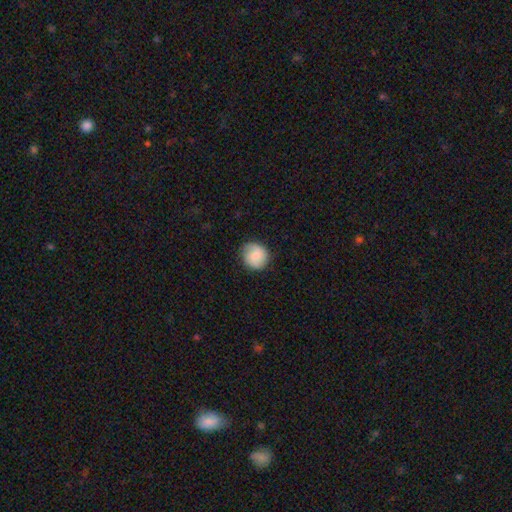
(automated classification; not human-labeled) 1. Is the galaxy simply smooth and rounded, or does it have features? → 75% smooth, 18% featured or disk, 7% star or artifact.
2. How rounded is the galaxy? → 87% round, 12% in between, 1% cigar-shaped.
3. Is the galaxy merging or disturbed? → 79% none, 17% minor disturbance, 3% major disturbance, 1% merger.